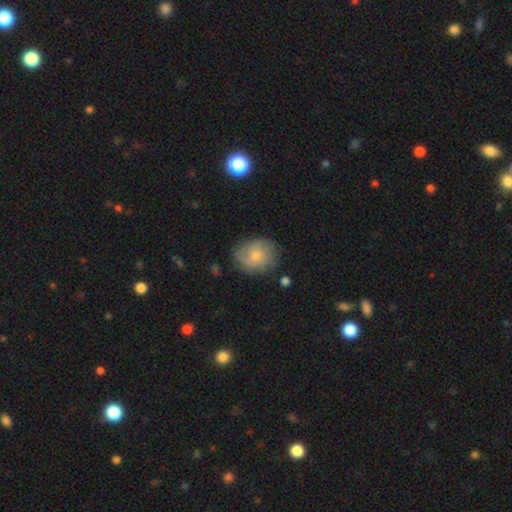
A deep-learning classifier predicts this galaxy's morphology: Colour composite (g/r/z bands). It shows a smooth galaxy with no disk features (62%) that is round (63%). Merging: none (70%).